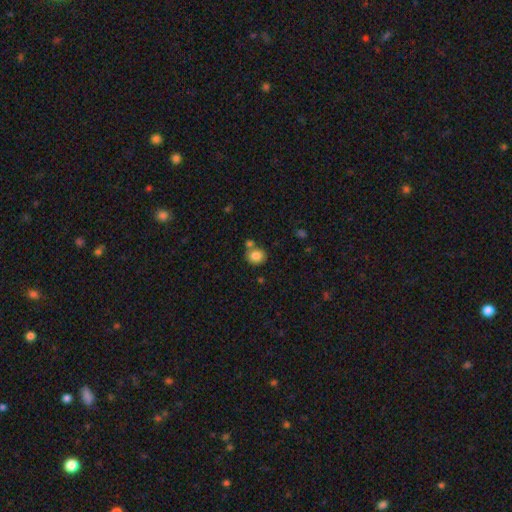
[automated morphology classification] type=smooth (84%); roundness=round (68%); merging=none (63%).